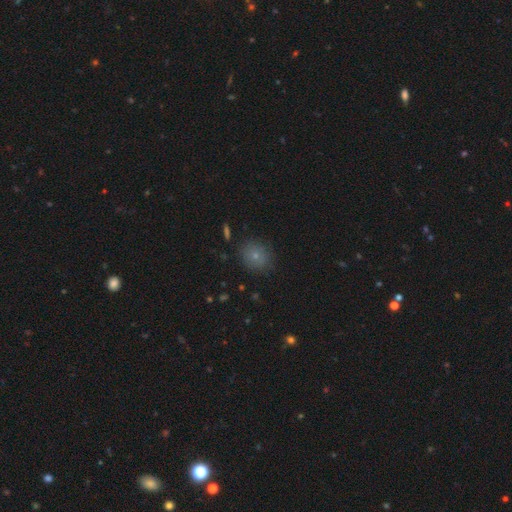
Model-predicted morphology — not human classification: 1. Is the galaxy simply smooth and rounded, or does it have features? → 75% smooth, 14% star or artifact, 11% featured or disk.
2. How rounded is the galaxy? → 78% round, 21% in between, 1% cigar-shaped.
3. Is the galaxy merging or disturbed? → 84% none, 11% minor disturbance, 3% major disturbance, 2% merger.